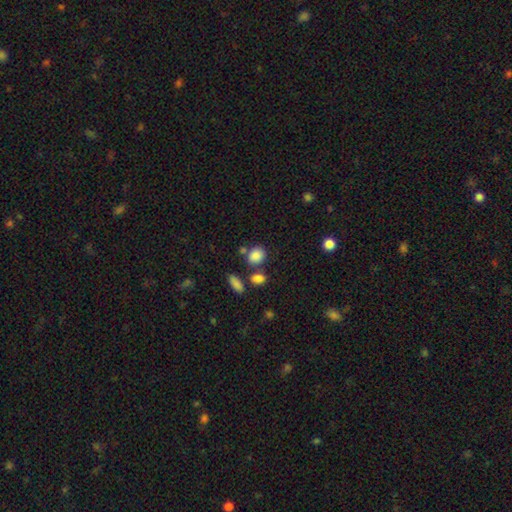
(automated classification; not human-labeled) Morphology: type=smooth (85%); roundness=round (58%); merging=none (65%).